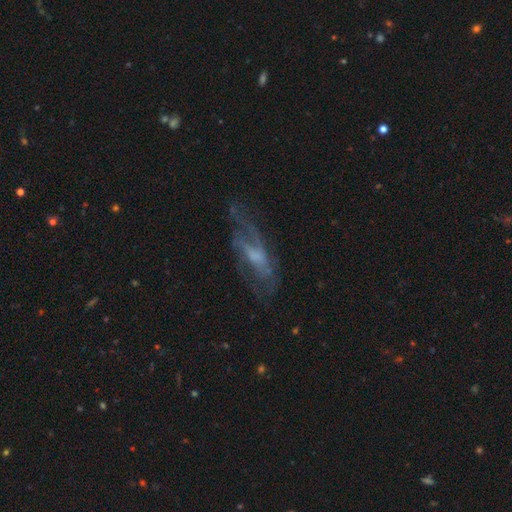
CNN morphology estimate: Smooth or featured? featured or disk (69%)
Edge-on disk? no (84%)
Bar? no (51%)
Spiral arms? yes (70%)
Bulge size? small (35%)
Merging? none (49%)